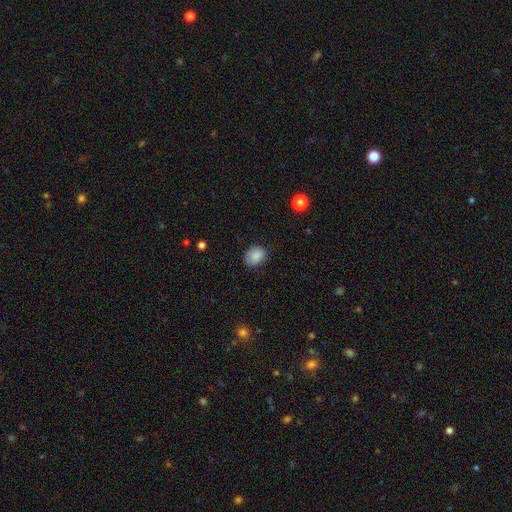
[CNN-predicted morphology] smooth 86%, star or artifact 8%, featured or disk 6%. Down the decision tree: how rounded — in between (56%); merging — none (78%).